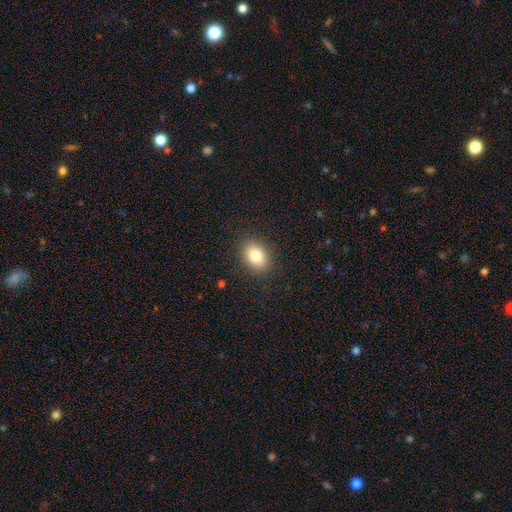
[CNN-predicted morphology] A smooth galaxy with no disk features (83%) that is in between round and cigar-shaped (71%). Merging: none (87%).